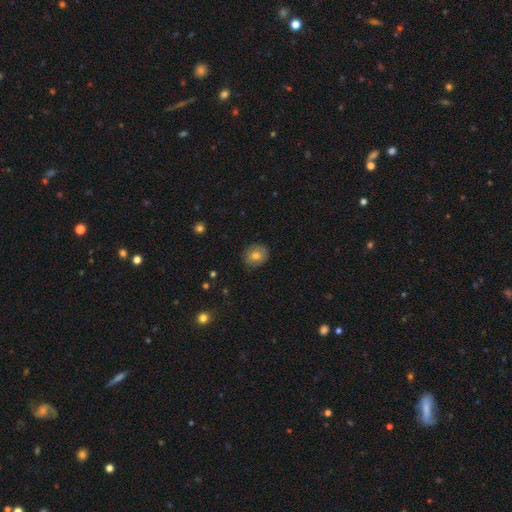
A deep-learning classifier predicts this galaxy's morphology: This appears to be a smooth galaxy with no disk features (76%) that is round (77%). Merging: none (84%).